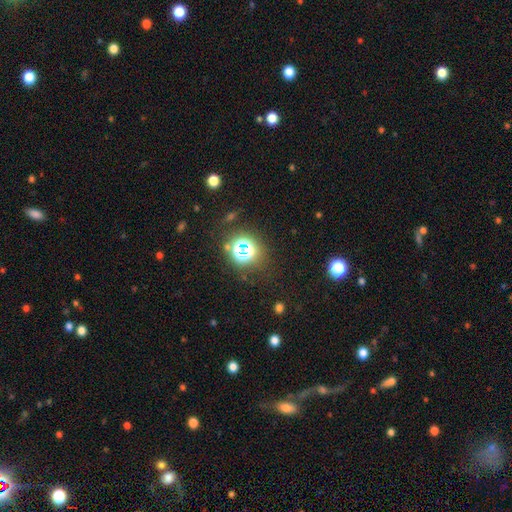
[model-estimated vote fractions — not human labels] Q: Smooth or featured?
A: star or artifact (71%); runner-up: smooth (21%)